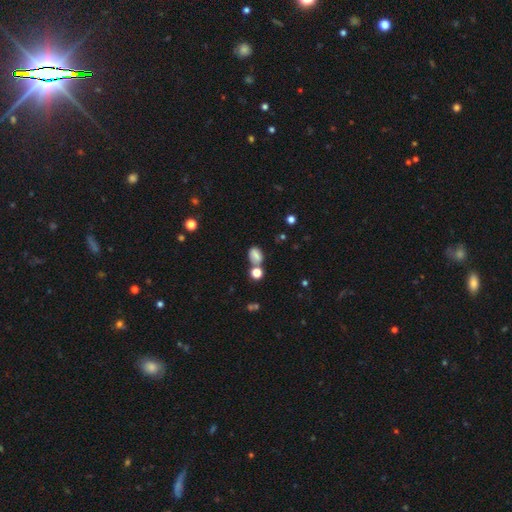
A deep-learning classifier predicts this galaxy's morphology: A smooth galaxy with no disk features (75%) that is in between round and cigar-shaped (73%).

Vote fractions:
- Smooth or featured? smooth: 75% / star or artifact: 14% / featured or disk: 11%
- How rounded? in between: 73% / round: 25% / cigar-shaped: 2%
- Merging? none: 52% / merger: 26% / minor disturbance: 16% / major disturbance: 6%